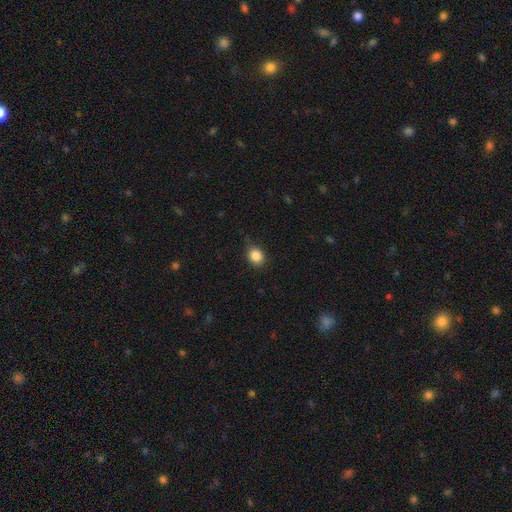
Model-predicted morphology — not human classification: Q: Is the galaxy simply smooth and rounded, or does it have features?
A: smooth — 86%.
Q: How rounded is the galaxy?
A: round — 70%.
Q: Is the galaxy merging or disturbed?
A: none — 79%.